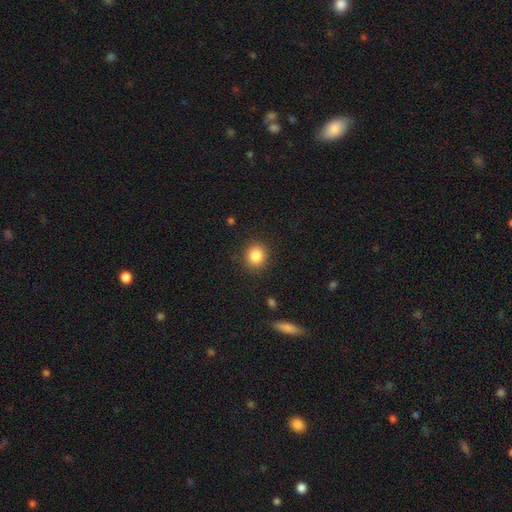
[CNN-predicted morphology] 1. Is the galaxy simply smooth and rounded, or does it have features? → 84% smooth, 10% star or artifact, 5% featured or disk.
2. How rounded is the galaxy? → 85% round, 14% in between, 1% cigar-shaped.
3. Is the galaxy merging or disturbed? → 89% none, 7% minor disturbance, 2% major disturbance, 1% merger.